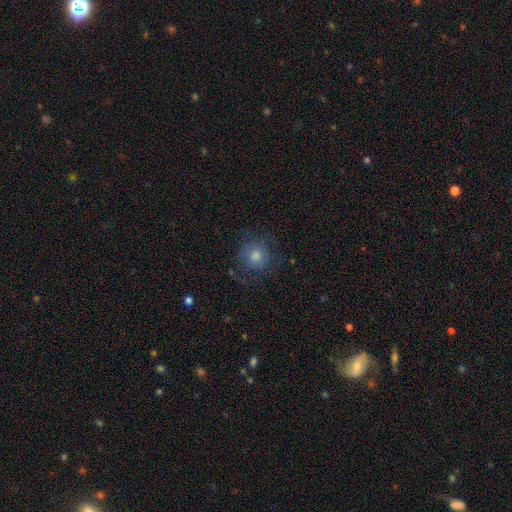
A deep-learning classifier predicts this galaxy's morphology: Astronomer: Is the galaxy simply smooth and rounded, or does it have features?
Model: smooth — 62%.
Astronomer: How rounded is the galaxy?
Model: round — 90%.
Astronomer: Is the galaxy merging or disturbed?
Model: none — 75%.